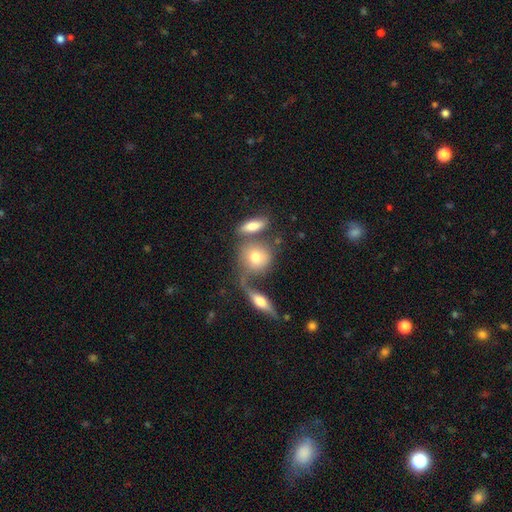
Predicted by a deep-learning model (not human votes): smooth-or-featured: smooth: 48% | featured or disk: 38% | star or artifact: 13%
  merging: none: 42% | merger: 41% | minor disturbance: 11% | major disturbance: 7%